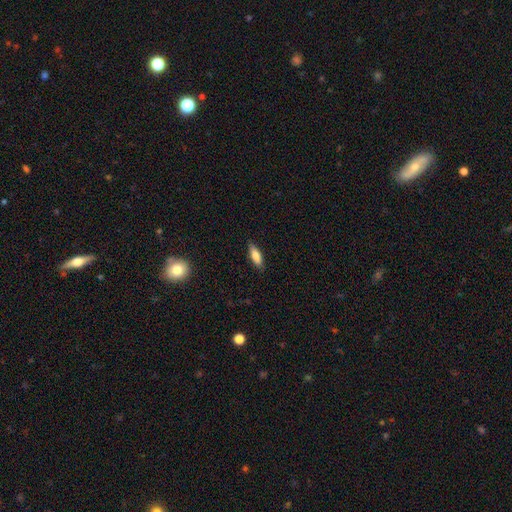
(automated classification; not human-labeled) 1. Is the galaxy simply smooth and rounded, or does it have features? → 75% smooth, 19% featured or disk, 7% star or artifact.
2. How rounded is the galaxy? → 55% in between, 43% cigar-shaped, 2% round.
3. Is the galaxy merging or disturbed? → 85% none, 12% minor disturbance, 2% major disturbance, 1% merger.